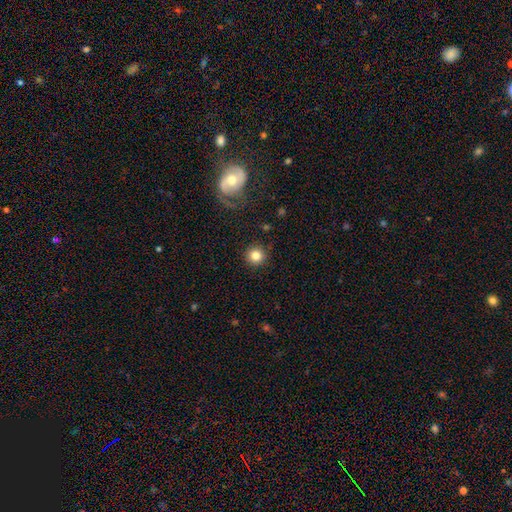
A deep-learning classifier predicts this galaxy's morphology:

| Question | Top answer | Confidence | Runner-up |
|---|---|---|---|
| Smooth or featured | smooth | 82% | star or artifact (11%) |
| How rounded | round | 94% | in between (5%) |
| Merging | none | 90% | minor disturbance (6%) |